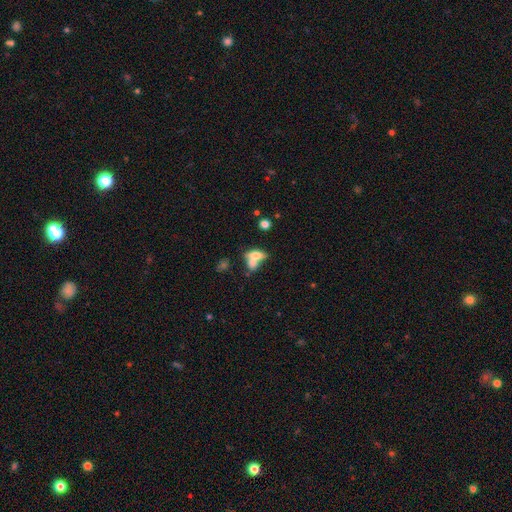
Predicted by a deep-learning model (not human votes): smooth_or_featured: smooth (p=0.63) [alt: featured or disk p=0.26]
how_rounded: in between (p=0.74) [alt: cigar-shaped p=0.14]
merging: merger (p=0.57) [alt: none p=0.26]